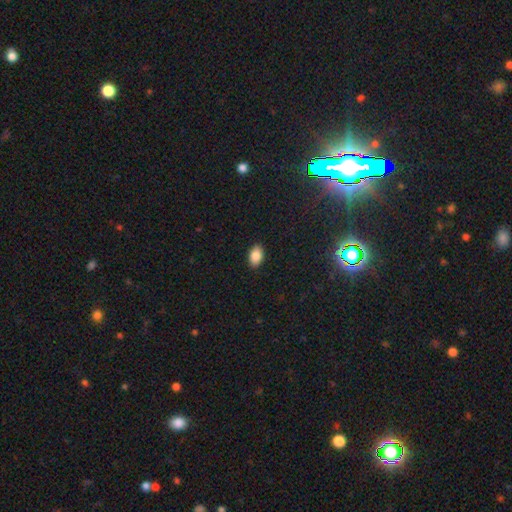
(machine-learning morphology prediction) A smooth galaxy with no disk features (87%) that is in between round and cigar-shaped (91%). Merging: none (89%).